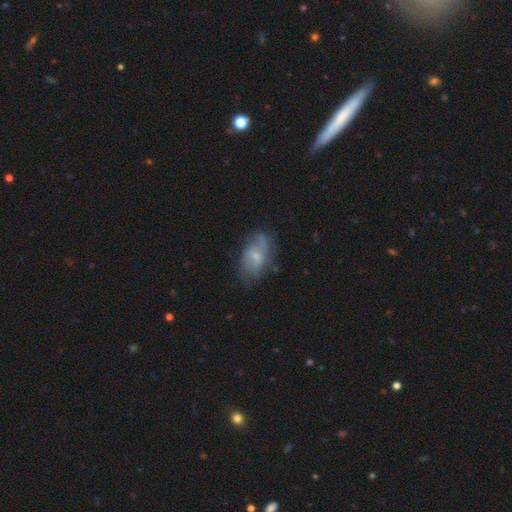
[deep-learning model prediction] Smooth or featured: featured or disk — 50% (smooth — 42%)
Merging: none — 58% (minor disturbance — 28%)